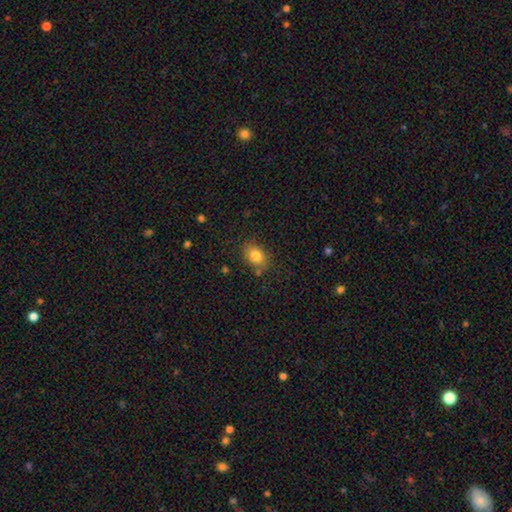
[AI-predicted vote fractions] Smooth or featured: smooth — 82% (star or artifact — 10%)
How rounded: in between — 66% (round — 33%)
Merging: none — 76% (minor disturbance — 16%)